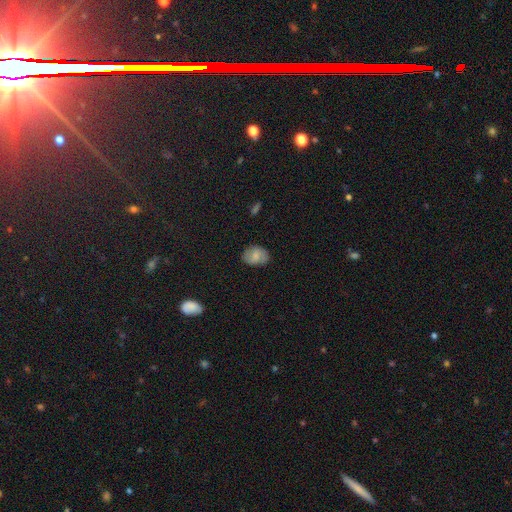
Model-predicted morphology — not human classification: Smooth or featured: smooth — 67% (featured or disk — 24%)
How rounded: in between — 69% (round — 30%)
Merging: none — 76% (minor disturbance — 19%)